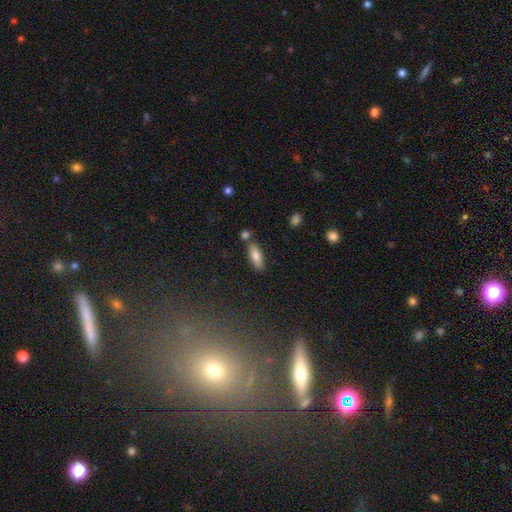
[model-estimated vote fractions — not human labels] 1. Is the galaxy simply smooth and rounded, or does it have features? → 79% smooth, 14% featured or disk, 7% star or artifact.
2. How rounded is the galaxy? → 71% in between, 26% cigar-shaped, 2% round.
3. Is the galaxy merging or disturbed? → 73% none, 12% minor disturbance, 12% merger, 3% major disturbance.